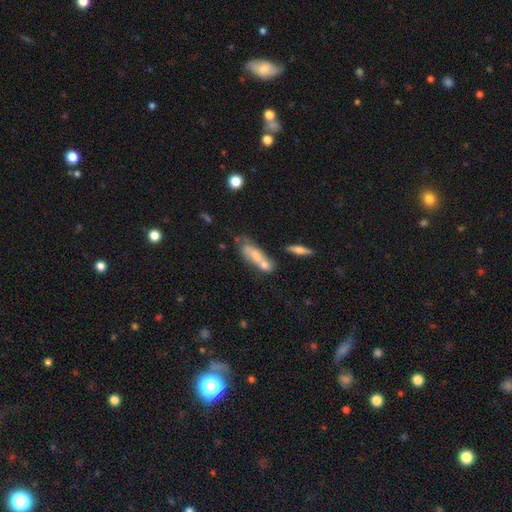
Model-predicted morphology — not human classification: This is likely a smooth galaxy (61%). How rounded: possibly in between (60%). Merging: marginally merger (43%).